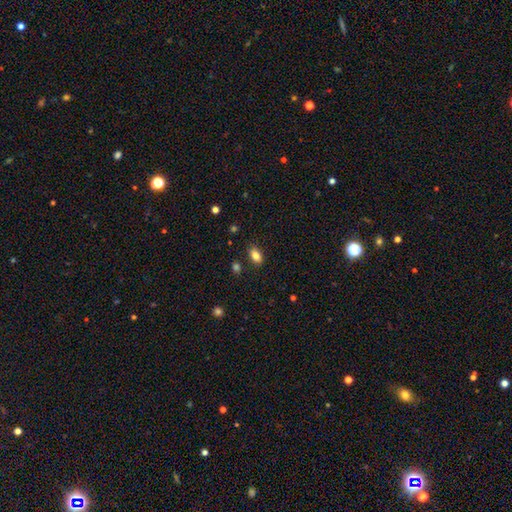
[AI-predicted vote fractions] smooth 83%, star or artifact 9%, featured or disk 8%. Down the decision tree: how rounded — in between (88%); merging — none (82%).